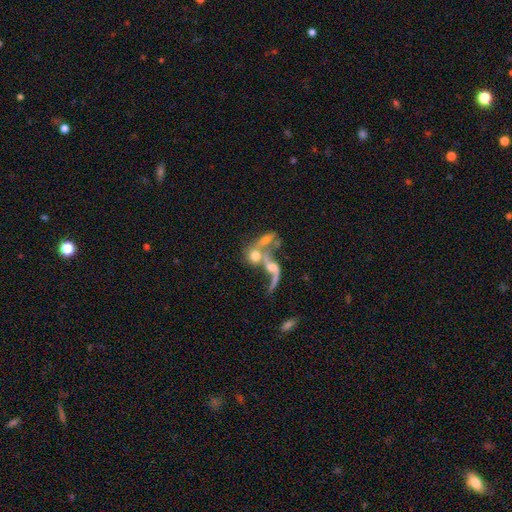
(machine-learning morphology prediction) Smooth or featured: featured or disk — 48% (smooth — 40%)
Merging: merger — 63% (none — 18%)